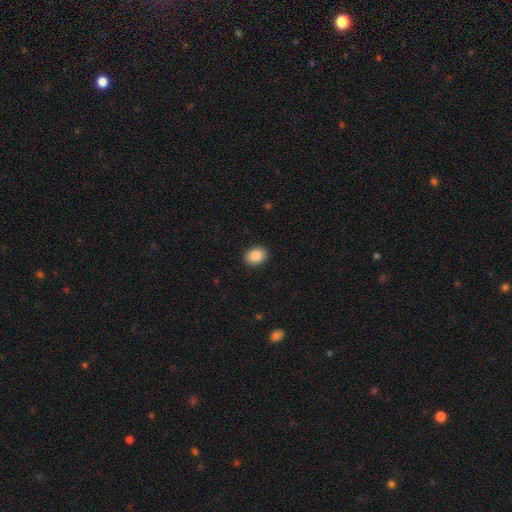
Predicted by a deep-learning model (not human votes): The model was most divided on "how rounded": in between: 64%, round: 35%, cigar-shaped: 1%. More confident: merging — none (91%); smooth or featured — smooth (88%).